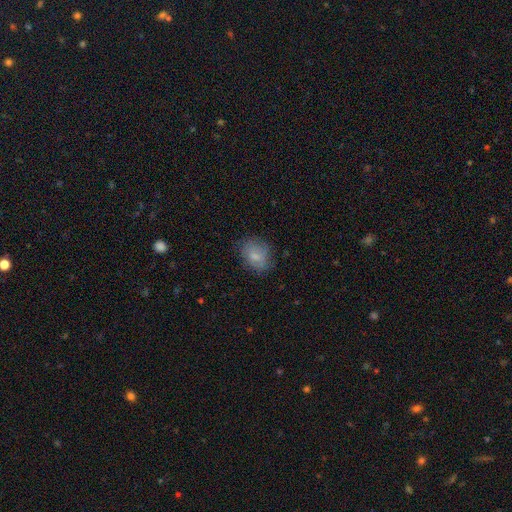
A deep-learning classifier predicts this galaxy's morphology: Smooth or featured: smooth — 74% (featured or disk — 17%)
How rounded: in between — 60% (round — 39%)
Merging: none — 68% (minor disturbance — 22%)